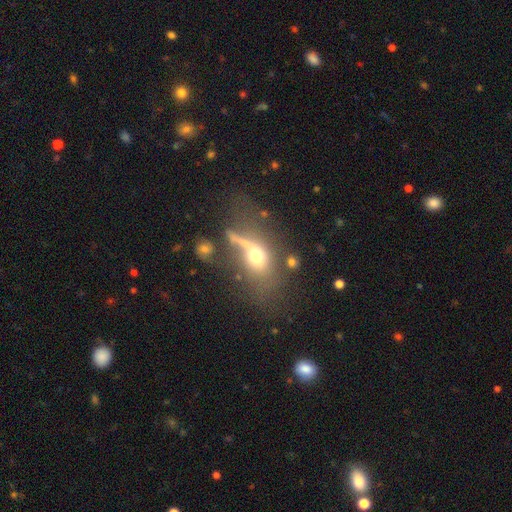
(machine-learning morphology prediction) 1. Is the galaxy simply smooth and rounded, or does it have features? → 50% smooth, 36% featured or disk, 14% star or artifact.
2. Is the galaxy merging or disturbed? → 32% none, 31% major disturbance, 22% merger, 16% minor disturbance.